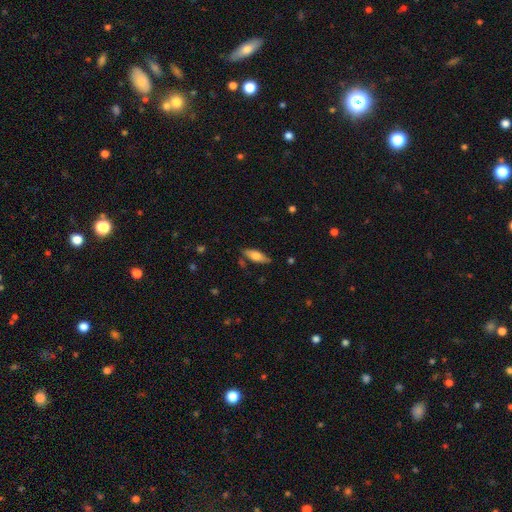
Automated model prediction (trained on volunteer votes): Smooth or featured? Predicted: smooth (p=0.66). How rounded? Predicted: in between (p=0.72). Merging? Predicted: none (p=0.77).